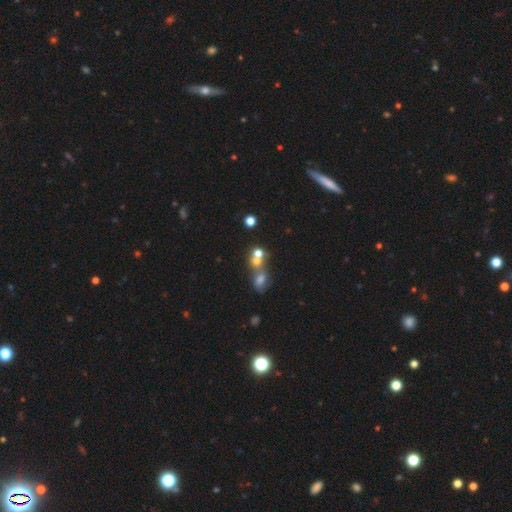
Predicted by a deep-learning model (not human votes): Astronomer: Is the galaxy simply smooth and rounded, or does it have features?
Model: smooth — 50% (runner-up: star or artifact, 26%).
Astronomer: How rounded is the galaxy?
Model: round — 58%.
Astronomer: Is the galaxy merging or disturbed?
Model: merger — 52% (runner-up: none, 37%).